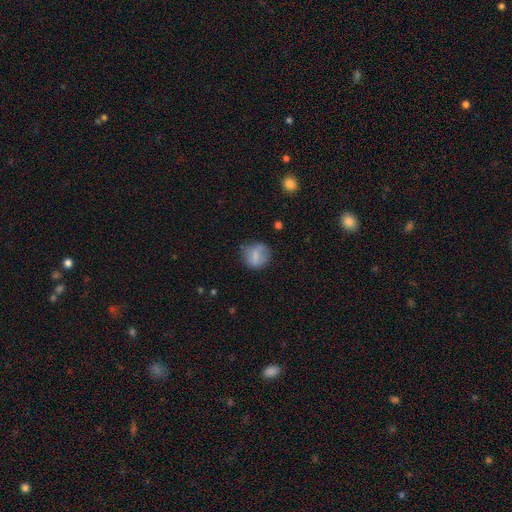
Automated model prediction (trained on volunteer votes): A smooth galaxy with no disk features (73%) that is round (77%). Merging: none (64%).